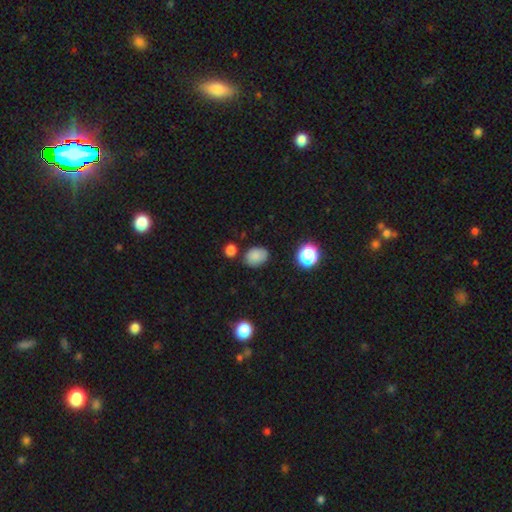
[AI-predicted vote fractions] Q: Smooth or featured?
A: smooth (83%); runner-up: star or artifact (11%)
Q: How rounded?
A: in between (72%); runner-up: round (27%)
Q: Merging?
A: none (75%); runner-up: minor disturbance (17%)